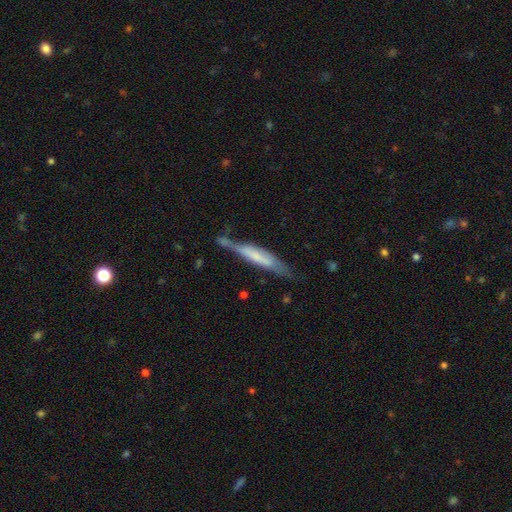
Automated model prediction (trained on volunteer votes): smooth_or_featured: featured or disk (p=0.51) [alt: smooth p=0.42]
disk_edge_on: yes (p=0.81) [alt: no p=0.19]
merging: none (p=0.53) [alt: minor disturbance p=0.27]